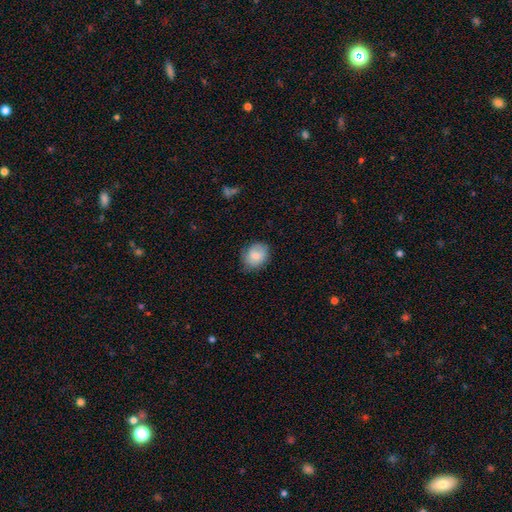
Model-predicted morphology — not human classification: The model was most divided on "how rounded": round: 54%, in between: 45%, cigar-shaped: 1%. More confident: smooth or featured — smooth (82%); merging — none (74%).